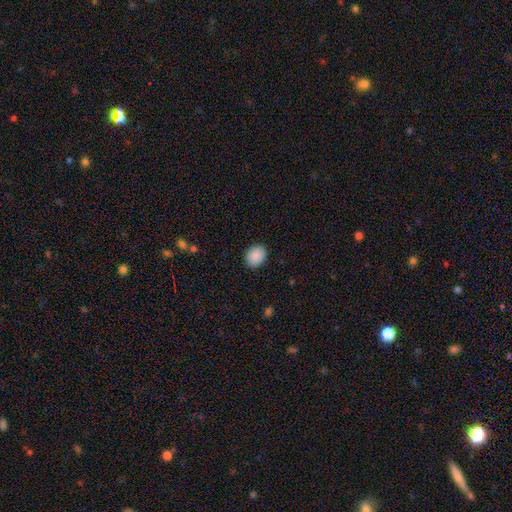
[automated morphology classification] smooth 90%, star or artifact 7%, featured or disk 3%. Down the decision tree: how rounded — in between (50%); merging — none (90%).